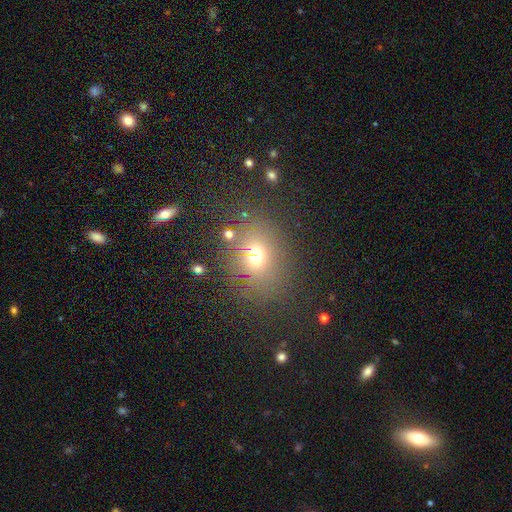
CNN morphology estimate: smooth 61%, star or artifact 26%, featured or disk 14%. Down the decision tree: how rounded — round (55%); merging — none (70%).